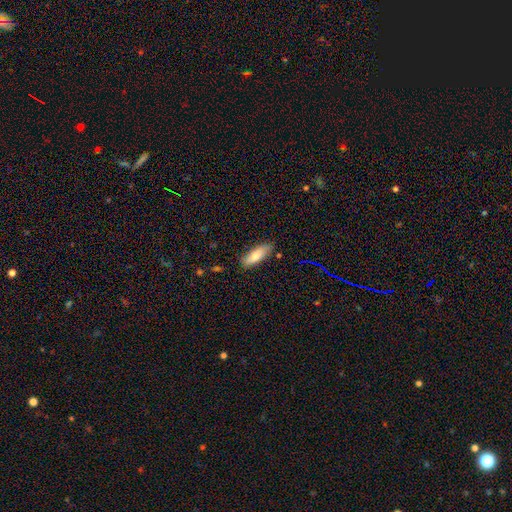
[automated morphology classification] smooth_or_featured: smooth (p=0.79) [alt: featured or disk p=0.14]
how_rounded: in between (p=0.65) [alt: cigar-shaped p=0.33]
merging: none (p=0.81) [alt: minor disturbance p=0.14]